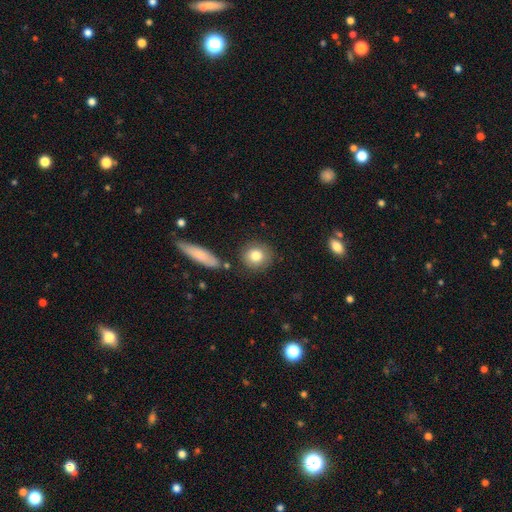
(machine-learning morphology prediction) type=smooth (82%); roundness=round (85%); merging=none (83%).